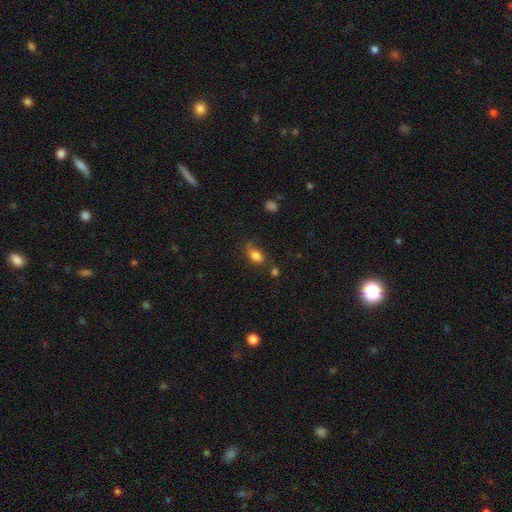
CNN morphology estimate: The model was most divided on "merging": none: 61%, minor disturbance: 22%, merger: 10%, major disturbance: 7%. More confident: smooth or featured — smooth (83%); how rounded — in between (82%).